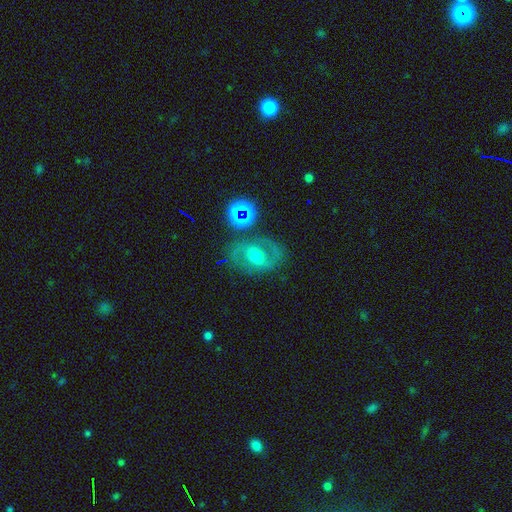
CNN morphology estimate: Smooth or featured? Predicted: featured or disk (p=0.65). Edge-on disk? Predicted: no (p=0.96). Bar? Predicted: weak (p=0.44). Spiral arms? Predicted: yes (p=0.78). Bulge size? Predicted: moderate (p=0.63). Merging? Predicted: none (p=0.70).